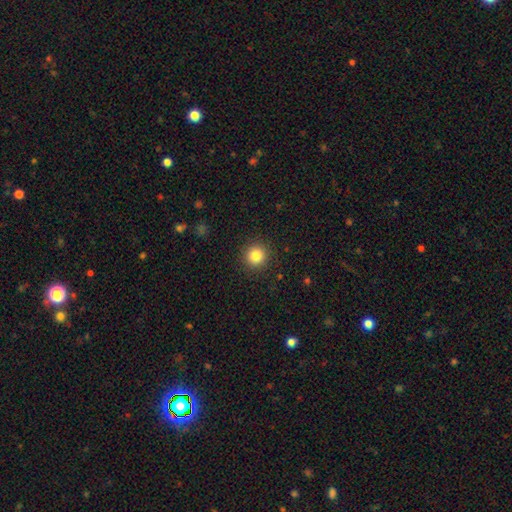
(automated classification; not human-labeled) Smooth or featured? Predicted: smooth (p=0.84). How rounded? Predicted: round (p=0.94). Merging? Predicted: none (p=0.91).